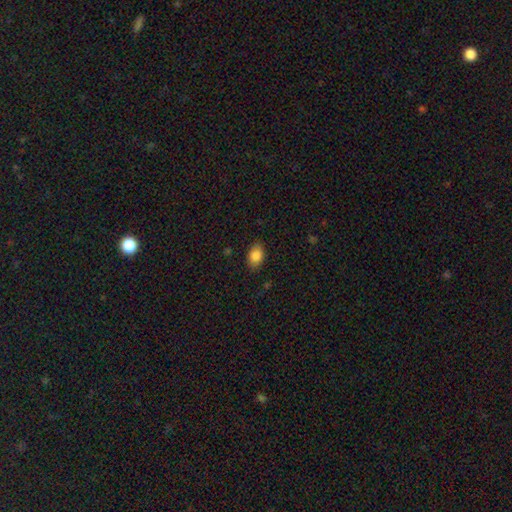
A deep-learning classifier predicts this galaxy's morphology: A smooth galaxy with no disk features (85%) that is in between round and cigar-shaped (85%).

Vote fractions:
- Smooth or featured? smooth: 85% / star or artifact: 8% / featured or disk: 7%
- How rounded? in between: 85% / round: 14% / cigar-shaped: 1%
- Merging? none: 85% / minor disturbance: 12% / major disturbance: 3% / merger: 1%